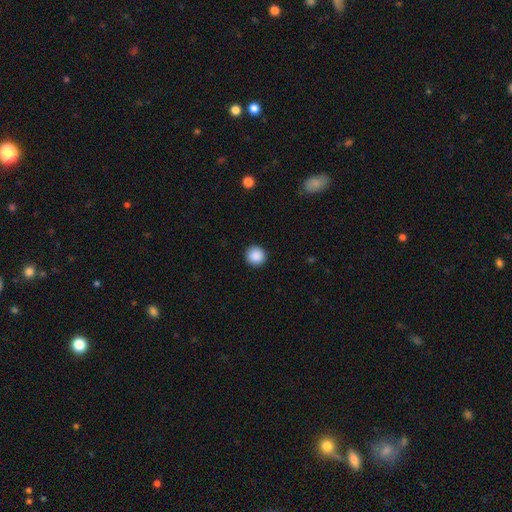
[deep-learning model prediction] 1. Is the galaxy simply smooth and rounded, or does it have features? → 89% smooth, 9% star or artifact, 2% featured or disk.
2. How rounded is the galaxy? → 95% round, 4% in between, 1% cigar-shaped.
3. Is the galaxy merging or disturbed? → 92% none, 5% minor disturbance, 2% major disturbance, 1% merger.